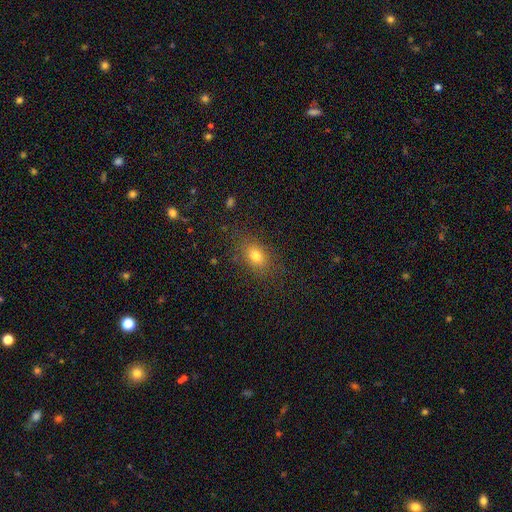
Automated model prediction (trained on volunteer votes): smooth_or_featured: smooth (p=0.77) [alt: star or artifact p=0.13]
how_rounded: in between (p=0.74) [alt: round p=0.23]
merging: none (p=0.81) [alt: minor disturbance p=0.13]